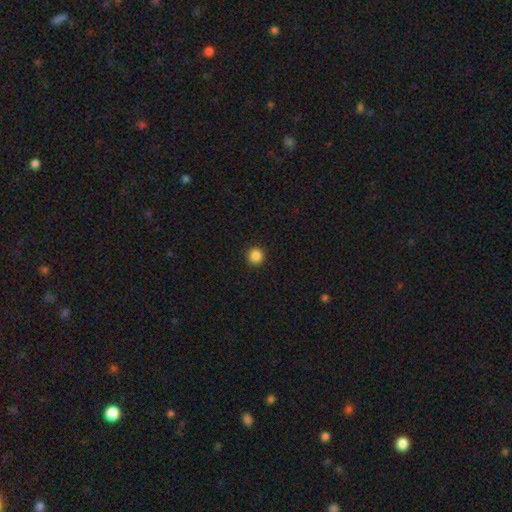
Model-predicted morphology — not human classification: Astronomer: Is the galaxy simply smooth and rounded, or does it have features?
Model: smooth — 87%.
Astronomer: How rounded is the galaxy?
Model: round — 96%.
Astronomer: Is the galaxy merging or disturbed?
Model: none — 93%.